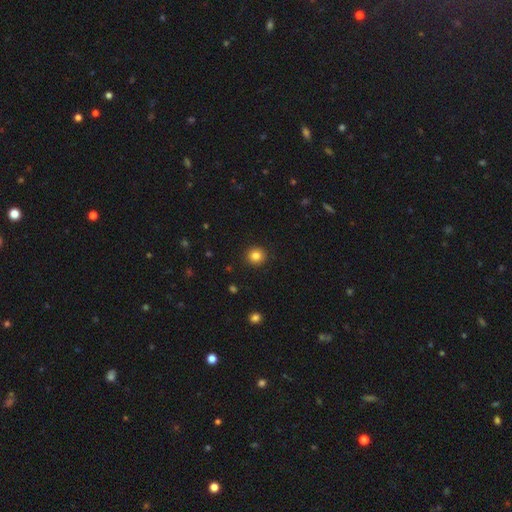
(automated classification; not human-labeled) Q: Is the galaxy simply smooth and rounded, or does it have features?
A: smooth — 84%.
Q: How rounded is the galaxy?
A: round — 93%.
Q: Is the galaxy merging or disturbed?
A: none — 92%.